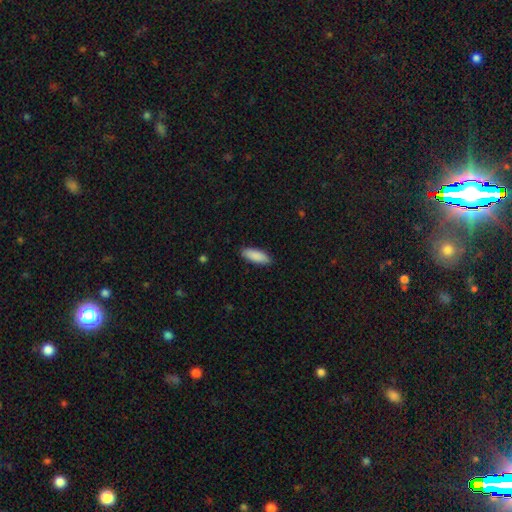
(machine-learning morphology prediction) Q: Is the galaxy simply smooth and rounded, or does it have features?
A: smooth — 90%.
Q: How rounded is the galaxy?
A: in between — 65%.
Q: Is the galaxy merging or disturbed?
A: none — 89%.